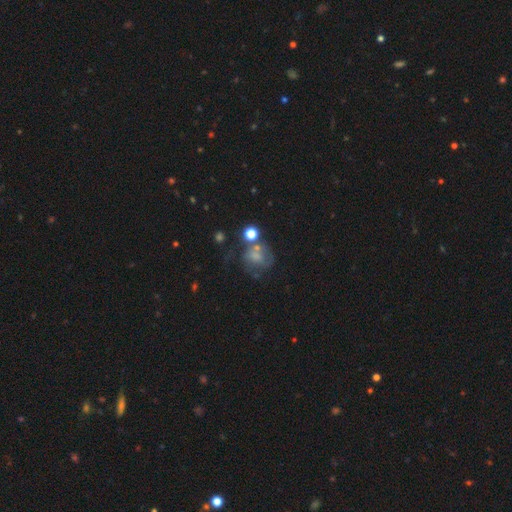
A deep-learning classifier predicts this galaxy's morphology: This appears to be a smooth galaxy with no disk features (47%). Merging: none (37%).